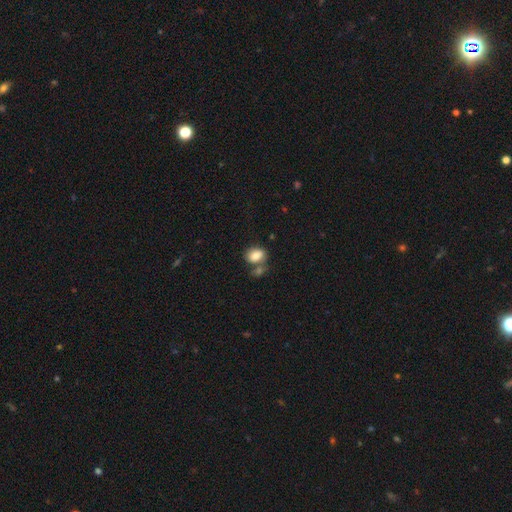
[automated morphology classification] Smooth or featured: smooth — 82% (featured or disk — 10%)
How rounded: in between — 67% (round — 32%)
Merging: none — 50% (merger — 30%)